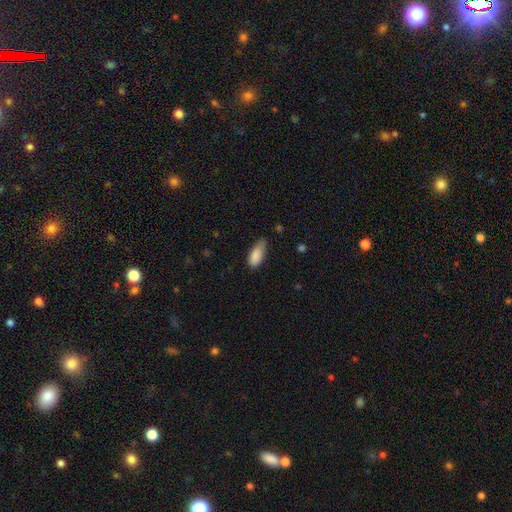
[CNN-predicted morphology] type=smooth (87%); roundness=in between (84%); merging=none (50%).